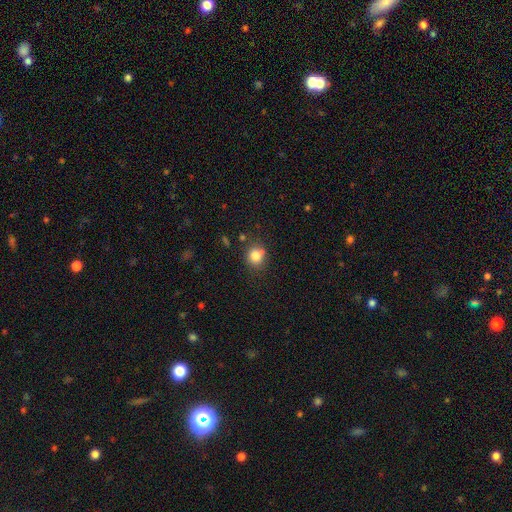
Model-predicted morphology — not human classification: A smooth galaxy with no disk features (81%) that is round (79%).

Vote fractions:
- Smooth or featured? smooth: 81% / star or artifact: 11% / featured or disk: 7%
- How rounded? round: 79% / in between: 20% / cigar-shaped: 1%
- Merging? none: 71% / minor disturbance: 16% / merger: 9% / major disturbance: 4%